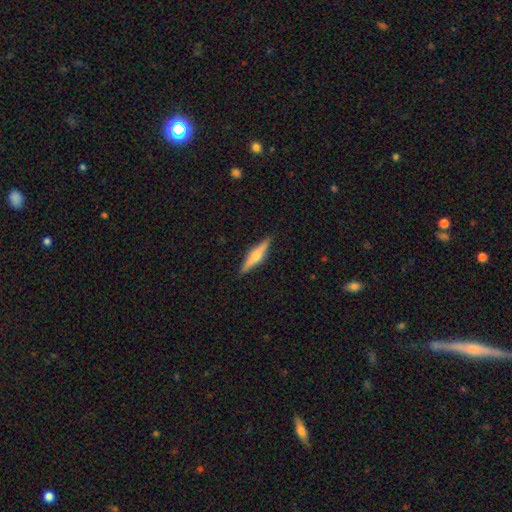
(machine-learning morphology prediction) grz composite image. It shows a featured or disk galaxy (56%) viewed edge-on (96%) with a rounded central bulge (84%). Merging: none (89%).